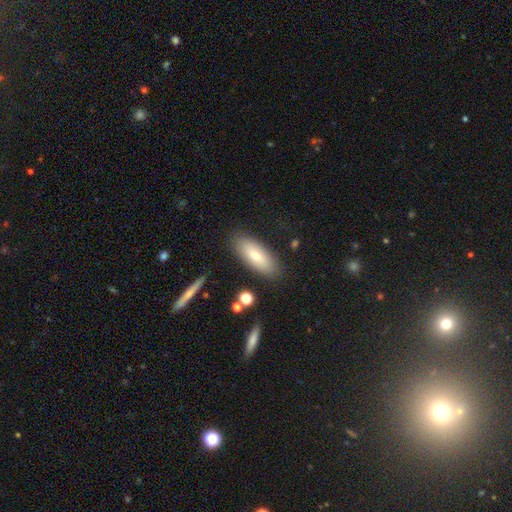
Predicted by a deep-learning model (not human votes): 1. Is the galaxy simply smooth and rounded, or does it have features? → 73% smooth, 21% featured or disk, 7% star or artifact.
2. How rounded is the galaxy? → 77% in between, 21% cigar-shaped, 2% round.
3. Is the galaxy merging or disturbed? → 84% none, 11% minor disturbance, 3% major disturbance, 2% merger.